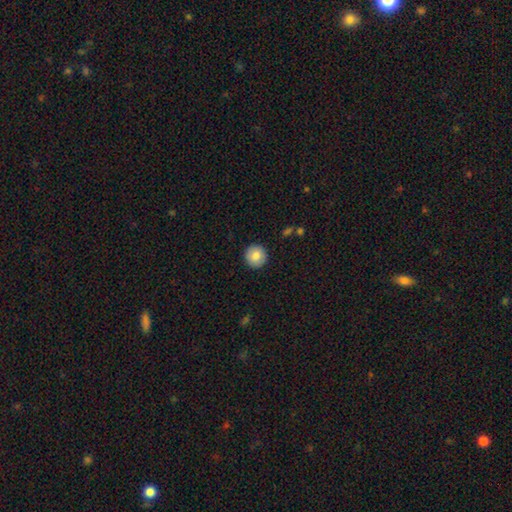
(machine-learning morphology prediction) type=smooth (83%); roundness=round (95%); merging=none (93%).